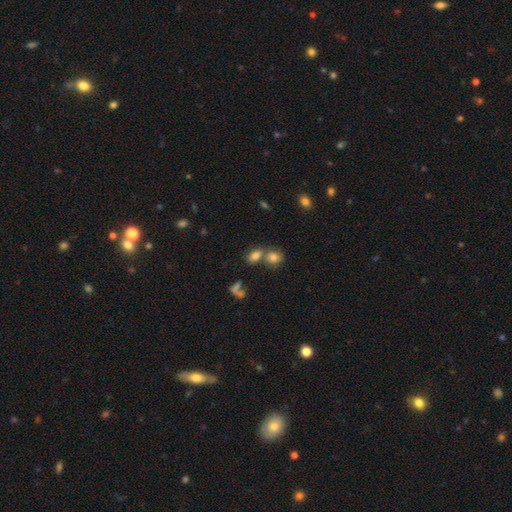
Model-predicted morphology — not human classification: A smooth galaxy with no disk features (76%) that is in between round and cigar-shaped (76%). Merging: none (45%).